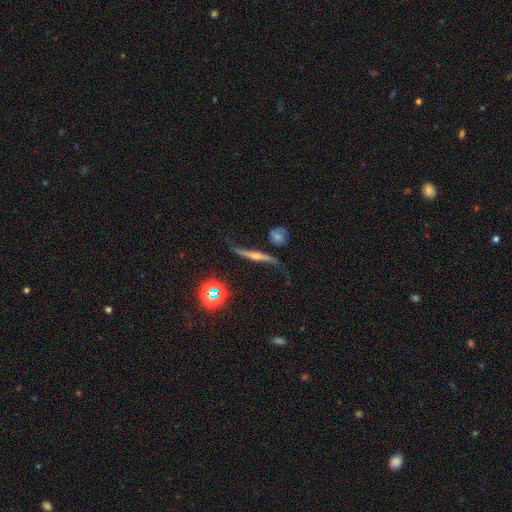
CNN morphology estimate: Smooth or featured? Predicted: featured or disk (p=0.71). Edge-on disk? Predicted: yes (p=0.71). Edge-on bulge? Predicted: rounded (p=0.70). Merging? Predicted: none (p=0.62).